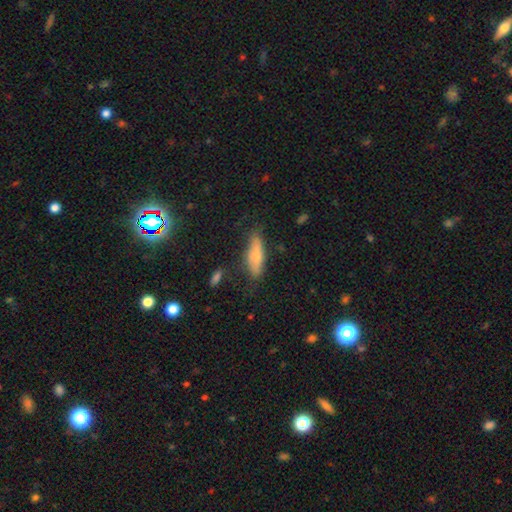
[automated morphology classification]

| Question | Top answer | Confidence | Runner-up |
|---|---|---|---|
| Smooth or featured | smooth | 71% | featured or disk (22%) |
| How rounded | cigar-shaped | 55% | in between (43%) |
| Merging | none | 69% | minor disturbance (22%) |